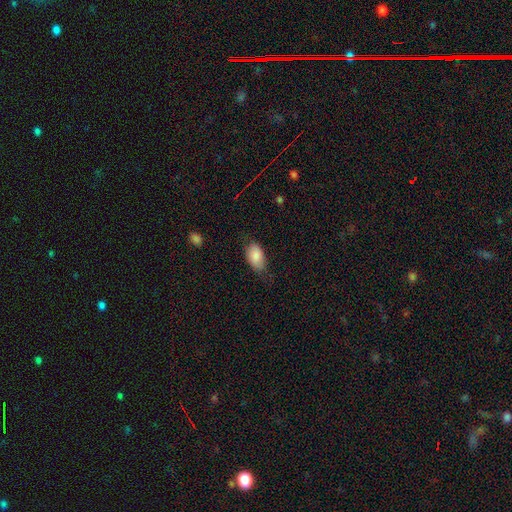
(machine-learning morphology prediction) type=smooth (87%); roundness=in between (93%); merging=none (66%).